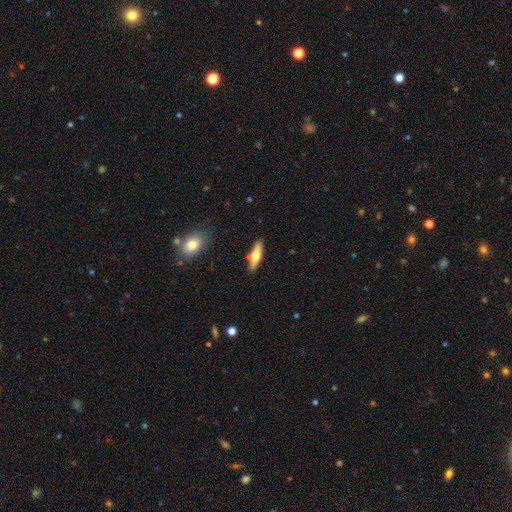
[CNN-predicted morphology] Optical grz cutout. It shows a smooth galaxy with no disk features (48%). Merging: none (81%).